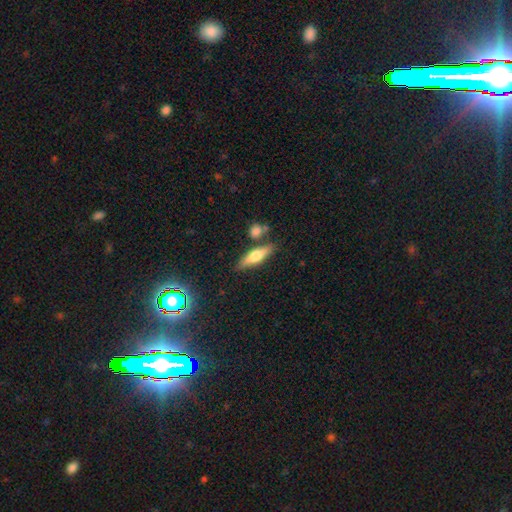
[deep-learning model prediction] Morphology: type=smooth (50%); roundness=cigar-shaped (67%); merging=none (74%).